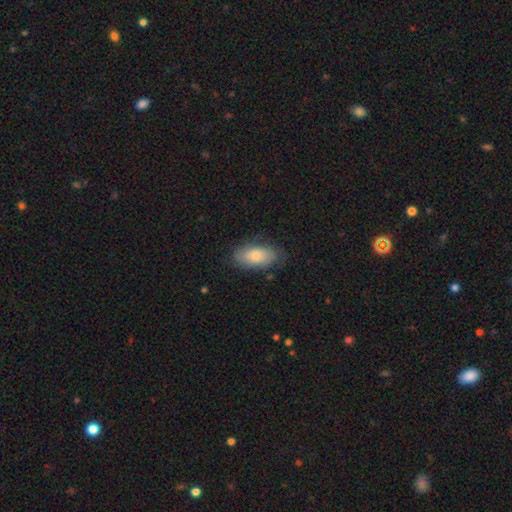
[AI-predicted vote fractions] smooth-or-featured: smooth: 71% | featured or disk: 22% | star or artifact: 6%
  how-rounded: in between: 92% | cigar-shaped: 4% | round: 3%
  merging: none: 72% | minor disturbance: 21% | major disturbance: 6% | merger: 1%